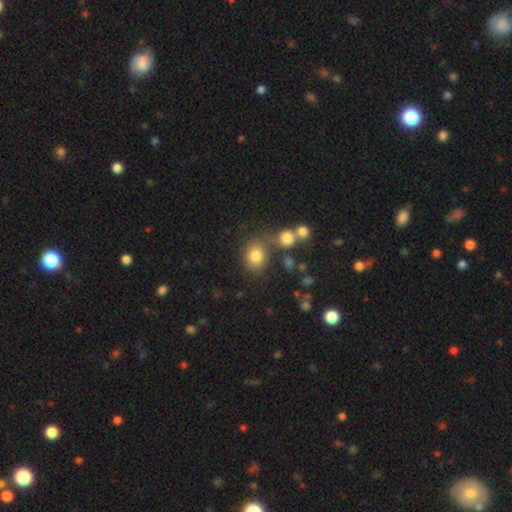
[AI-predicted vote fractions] Q: Smooth or featured?
A: smooth (80%); runner-up: star or artifact (12%)
Q: How rounded?
A: round (67%); runner-up: in between (32%)
Q: Merging?
A: none (62%); runner-up: merger (19%)